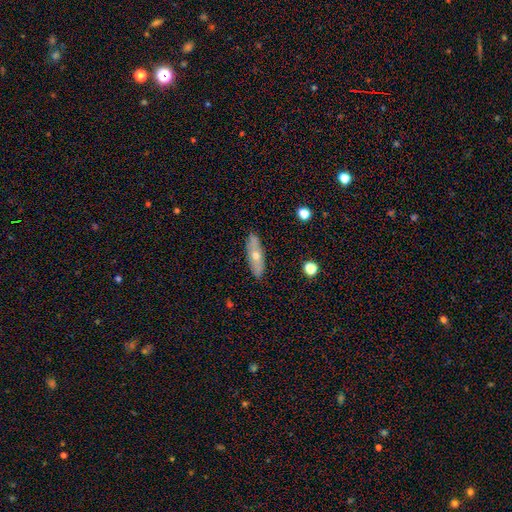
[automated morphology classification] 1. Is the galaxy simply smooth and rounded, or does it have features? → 48% smooth, 44% featured or disk, 7% star or artifact.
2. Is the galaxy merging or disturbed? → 87% none, 10% minor disturbance, 2% major disturbance, 1% merger.